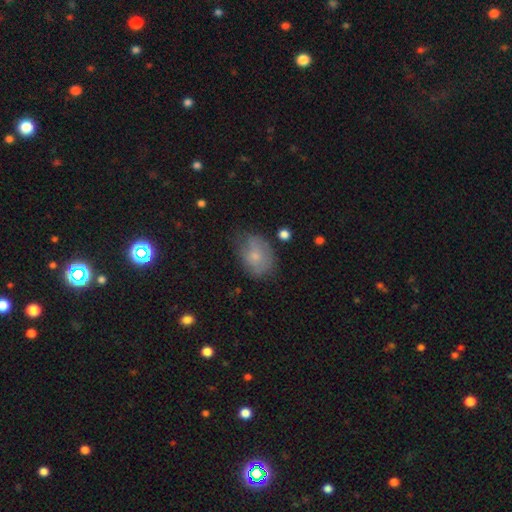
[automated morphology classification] type=smooth (69%); roundness=in between (73%); merging=none (54%).